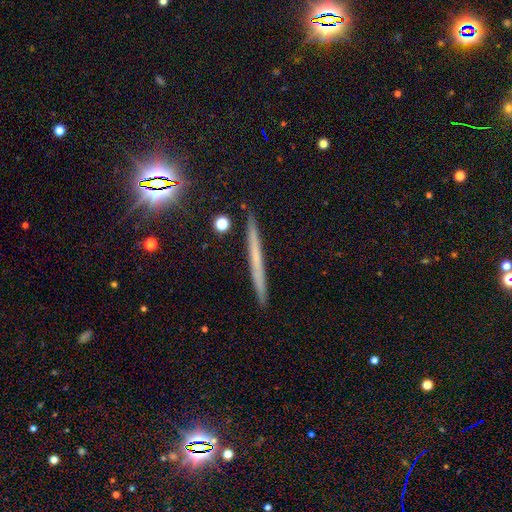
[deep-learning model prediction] Smooth or featured? smooth (44%)
Merging? none (91%)